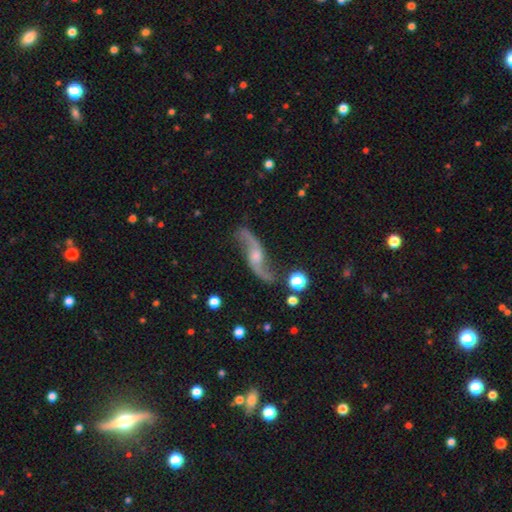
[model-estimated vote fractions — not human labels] Overall: featured or disk (87%). Edge-on disk: no (90%). Bar: no (58%; weak 32%). Spiral arms: yes (96%). Spiral arm count: 2 (94%). Spiral winding: loose (84%). Bulge size: moderate (45%; small 43%). Merging: none (79%).